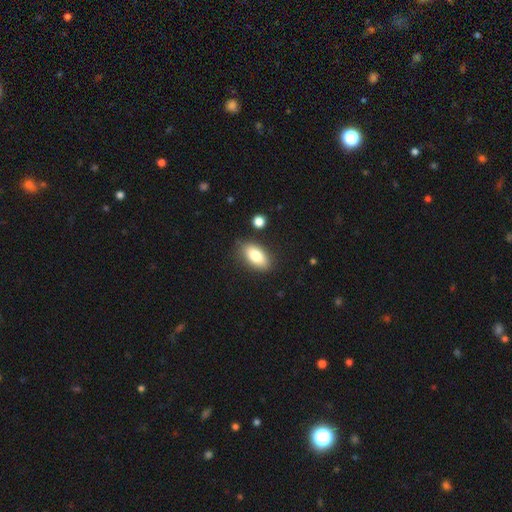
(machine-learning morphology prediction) Smooth or featured: smooth — 82% (featured or disk — 11%)
How rounded: in between — 90% (cigar-shaped — 6%)
Merging: none — 83% (minor disturbance — 11%)